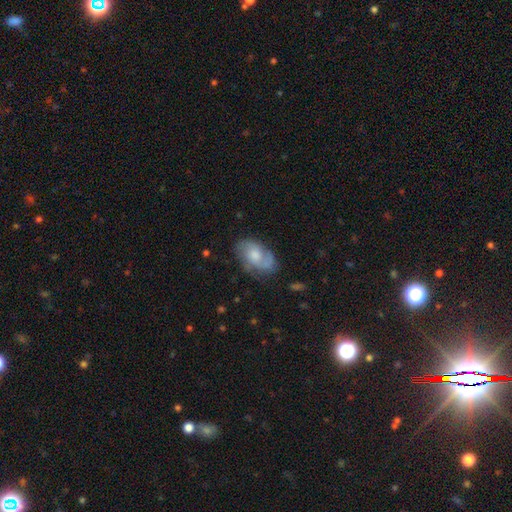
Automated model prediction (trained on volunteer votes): Smooth or featured? featured or disk (58%)
Edge-on disk? no (96%)
Bar? no (72%)
Spiral arms? yes (84%)
Bulge size? moderate (55%)
Merging? none (65%)